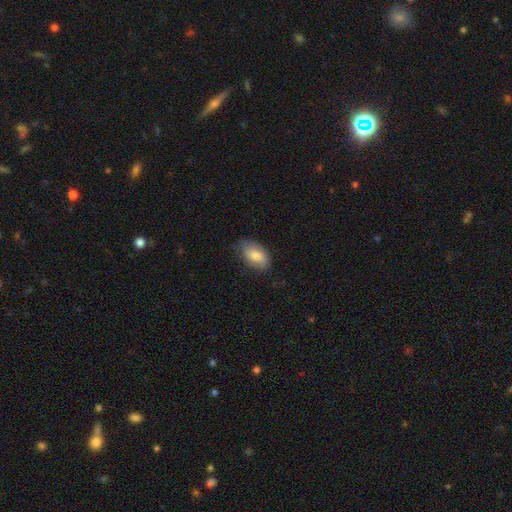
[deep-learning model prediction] The model was most divided on "merging": none: 69%, minor disturbance: 25%, major disturbance: 5%, merger: 1%. More confident: how rounded — in between (92%); smooth or featured — smooth (75%).